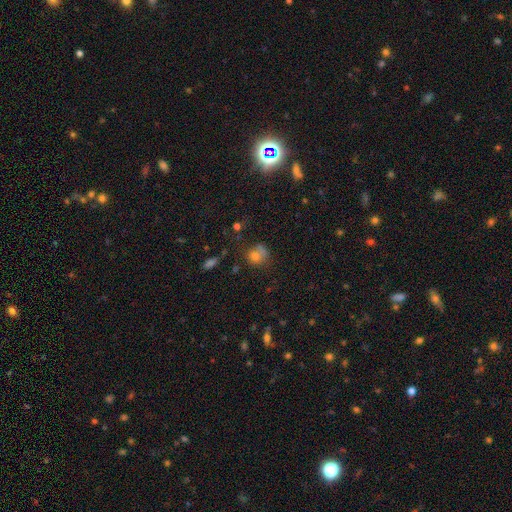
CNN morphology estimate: A smooth galaxy with no disk features (68%) that is round (73%). Merging: none (49%).